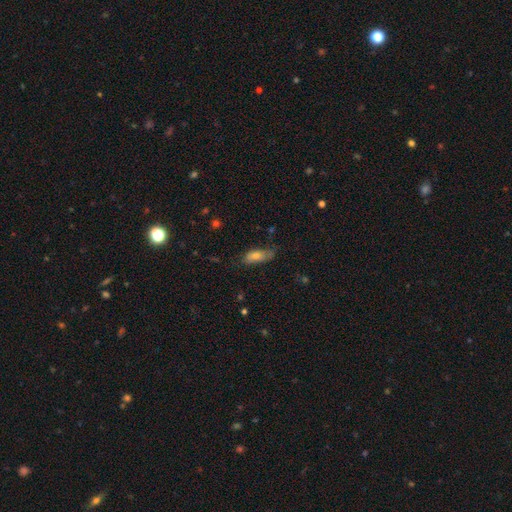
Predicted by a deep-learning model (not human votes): Smooth or featured? smooth (65%)
How rounded? in between (72%)
Merging? none (57%)